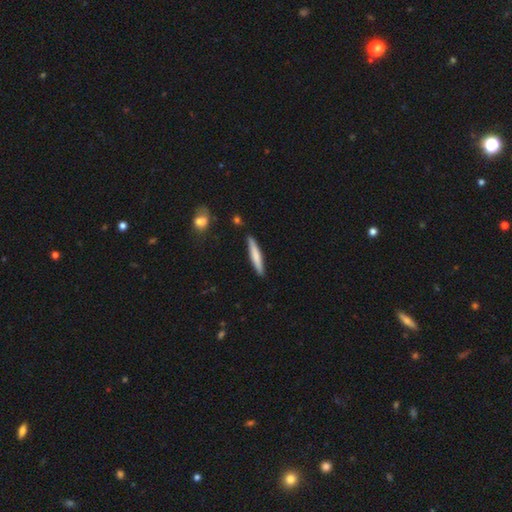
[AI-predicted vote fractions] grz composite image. It shows a smooth galaxy with no disk features (71%) that is cigar-shaped (93%). Merging: none (89%).